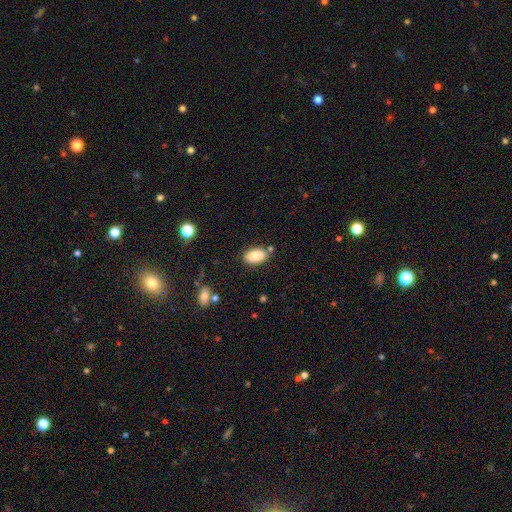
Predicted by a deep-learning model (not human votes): Overall: smooth (87%). How rounded: in between (92%). Merging: none (79%).